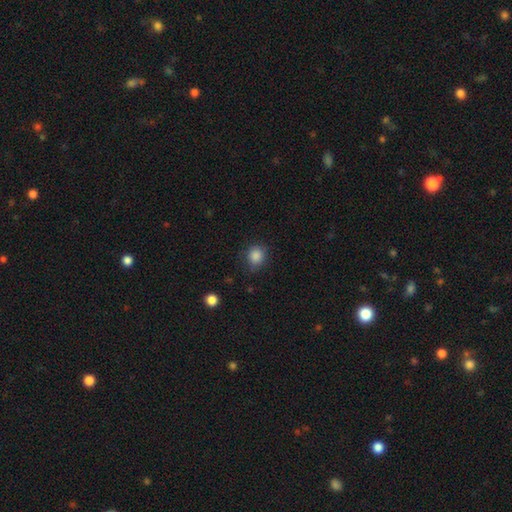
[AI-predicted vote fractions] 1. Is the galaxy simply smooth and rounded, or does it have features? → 86% smooth, 10% star or artifact, 4% featured or disk.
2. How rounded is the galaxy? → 76% round, 23% in between, 1% cigar-shaped.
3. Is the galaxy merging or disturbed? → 77% none, 17% minor disturbance, 5% major disturbance, 1% merger.